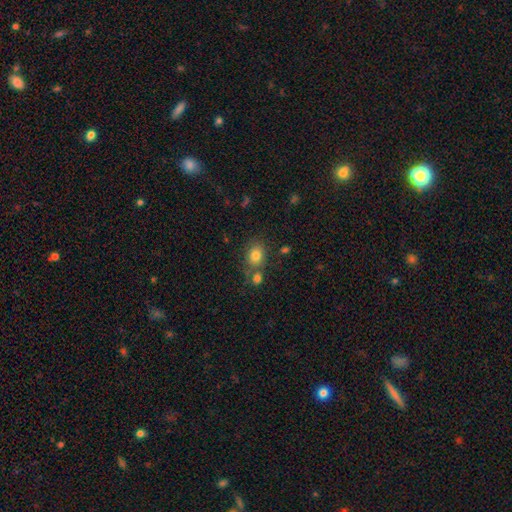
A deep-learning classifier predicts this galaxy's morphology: This appears to be a smooth galaxy with no disk features (80%) that is round (56%). Merging: none (66%).